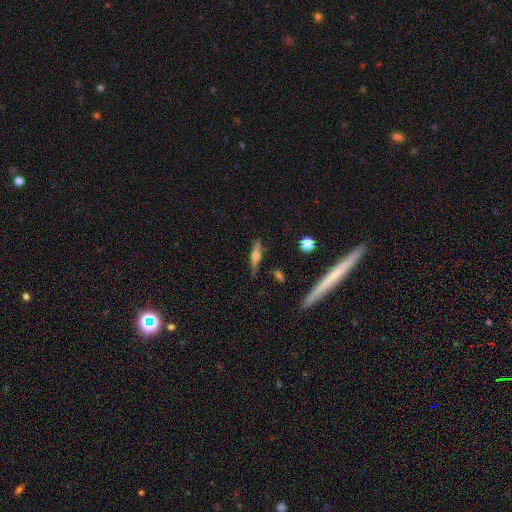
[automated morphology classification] Smooth or featured? featured or disk (56%)
Edge-on disk? yes (94%)
Edge-on bulge? rounded (87%)
Merging? none (81%)